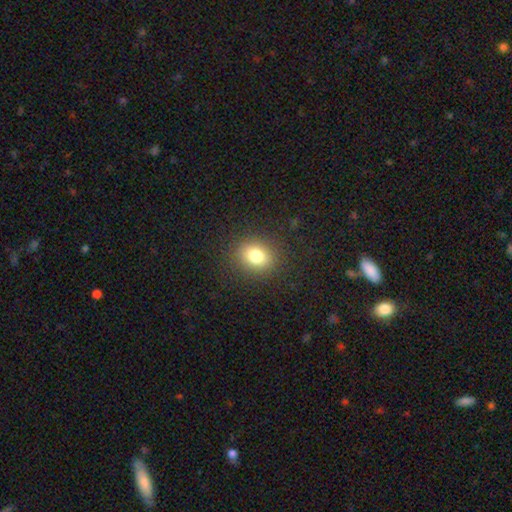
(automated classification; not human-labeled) A smooth galaxy with no disk features (79%) that is round (60%).

Vote fractions:
- Smooth or featured? smooth: 79% / star or artifact: 12% / featured or disk: 8%
- How rounded? round: 60% / in between: 39% / cigar-shaped: 1%
- Merging? none: 88% / minor disturbance: 8% / major disturbance: 3% / merger: 1%